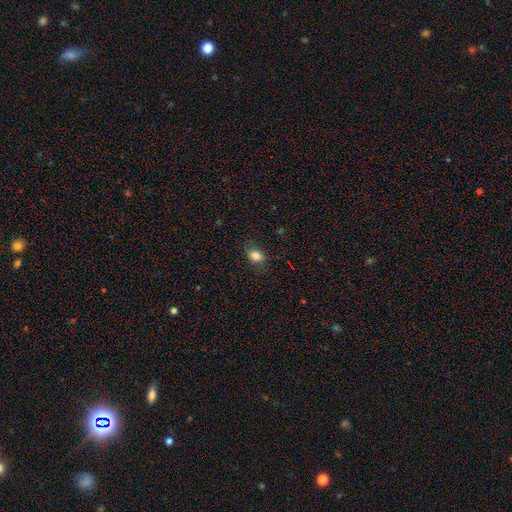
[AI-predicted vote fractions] Q: Smooth or featured?
A: smooth (84%); runner-up: star or artifact (10%)
Q: How rounded?
A: in between (71%); runner-up: round (27%)
Q: Merging?
A: none (81%); runner-up: minor disturbance (14%)